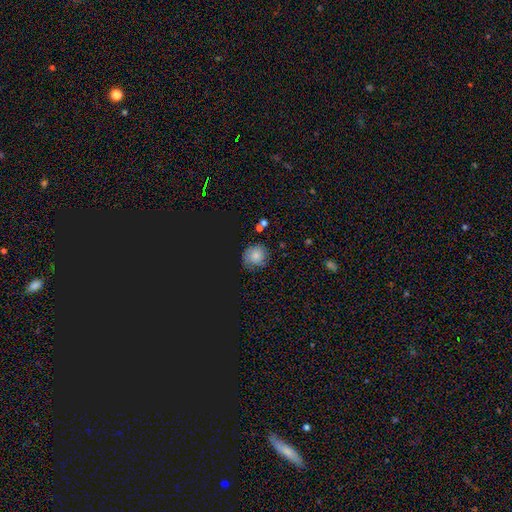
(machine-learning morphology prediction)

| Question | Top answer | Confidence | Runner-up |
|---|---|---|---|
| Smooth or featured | smooth | 58% | star or artifact (24%) |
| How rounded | round | 87% | in between (12%) |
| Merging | none | 77% | minor disturbance (16%) |